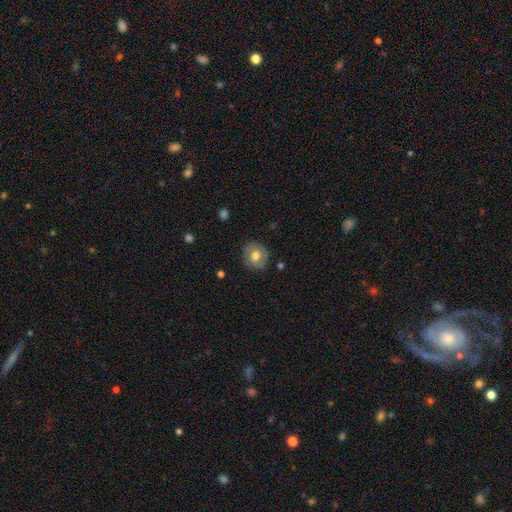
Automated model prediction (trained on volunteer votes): A smooth galaxy with no disk features (64%) that is round (81%). Merging: none (82%).